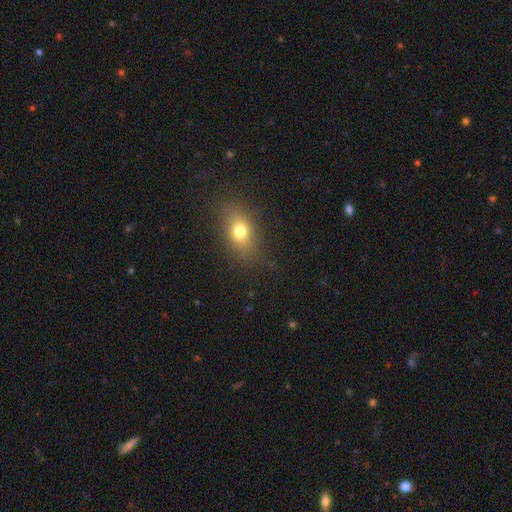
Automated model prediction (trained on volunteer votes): The model was most divided on "smooth or featured": smooth: 69%, star or artifact: 17%, featured or disk: 14%. More confident: merging — none (87%); how rounded — in between (75%).